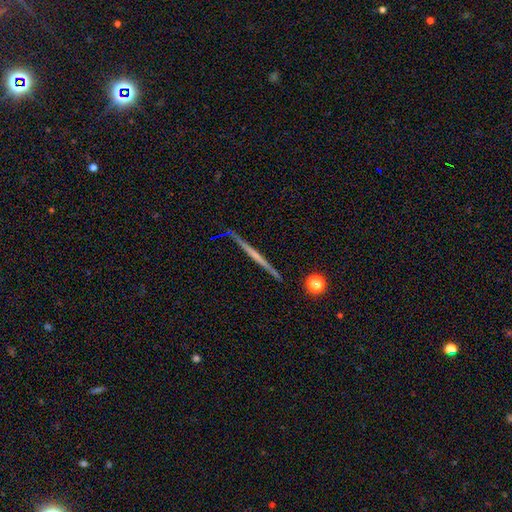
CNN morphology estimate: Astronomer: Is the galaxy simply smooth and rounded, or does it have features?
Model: featured or disk — 62%.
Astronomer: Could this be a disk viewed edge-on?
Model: yes — 98%.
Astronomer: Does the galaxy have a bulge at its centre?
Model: none — 83%.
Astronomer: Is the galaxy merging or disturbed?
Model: none — 90%.